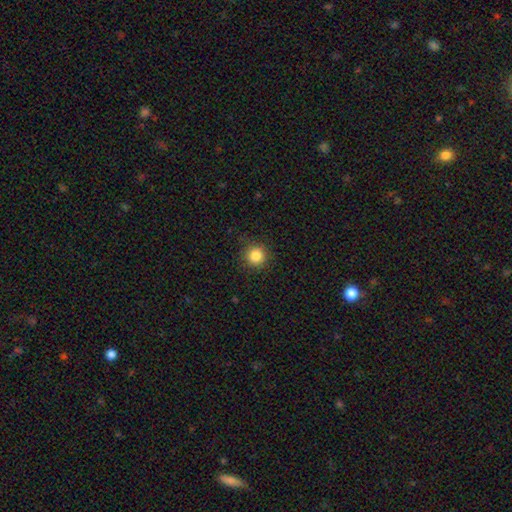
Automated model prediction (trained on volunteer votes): Smooth or featured? Predicted: smooth (p=0.85). How rounded? Predicted: round (p=0.94). Merging? Predicted: none (p=0.88).